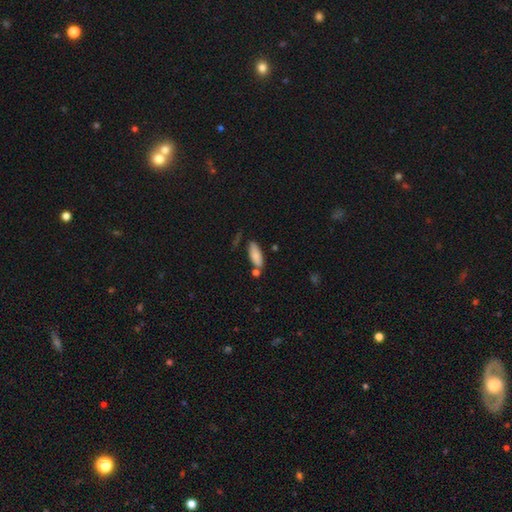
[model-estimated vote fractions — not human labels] smooth 83%, featured or disk 10%, star or artifact 7%. Down the decision tree: how rounded — in between (69%); merging — none (66%).